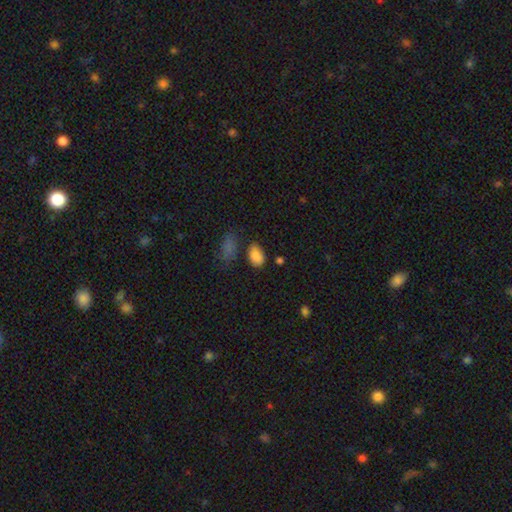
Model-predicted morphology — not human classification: Smooth or featured: smooth — 83% (star or artifact — 12%)
How rounded: in between — 90% (round — 9%)
Merging: none — 63% (minor disturbance — 23%)